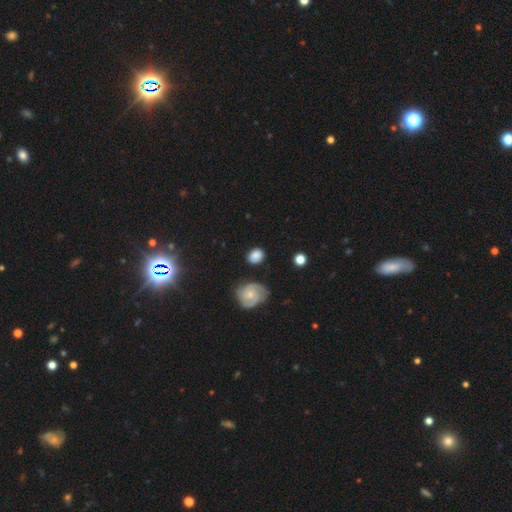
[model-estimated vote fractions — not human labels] Morphology: type=smooth (72%); roundness=in between (51%); merging=none (77%).